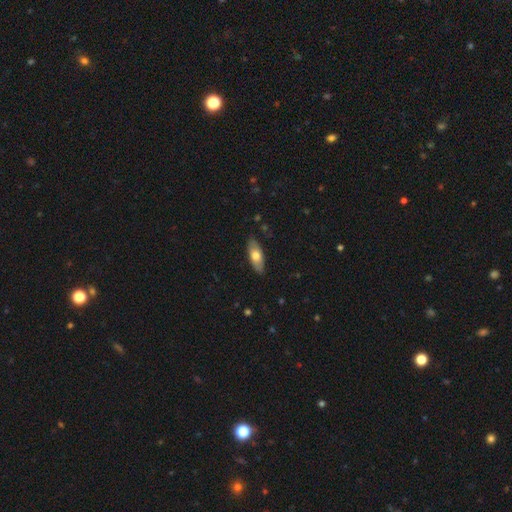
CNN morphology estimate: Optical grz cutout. It shows a smooth galaxy with no disk features (66%) that is in between round and cigar-shaped (78%). Merging: none (86%).